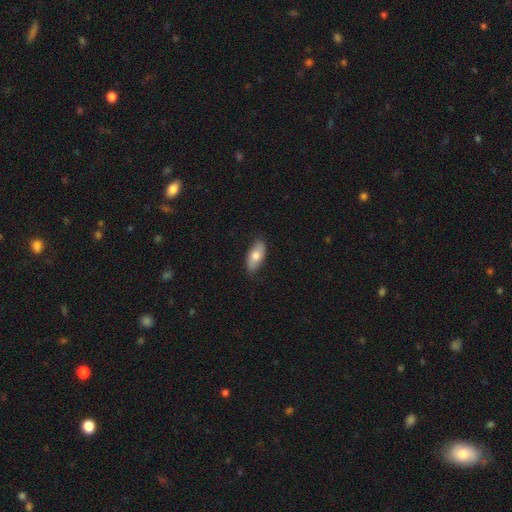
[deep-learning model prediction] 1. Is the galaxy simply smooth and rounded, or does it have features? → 71% smooth, 23% featured or disk, 6% star or artifact.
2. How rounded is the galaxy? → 88% in between, 9% cigar-shaped, 3% round.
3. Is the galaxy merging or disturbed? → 84% none, 13% minor disturbance, 2% major disturbance, 1% merger.